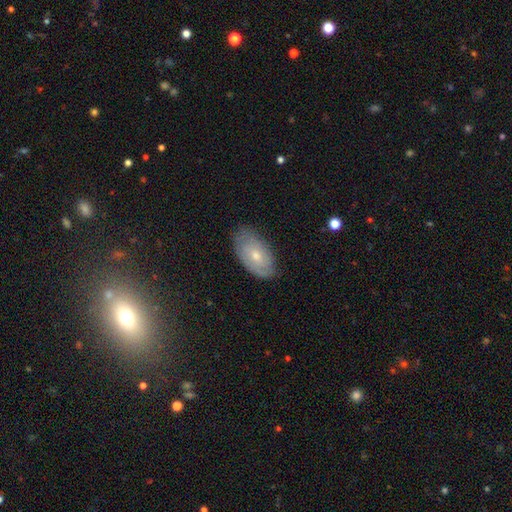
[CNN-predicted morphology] smooth-or-featured: smooth: 52% | featured or disk: 41% | star or artifact: 7%
  how-rounded: in between: 93% | round: 5% | cigar-shaped: 2%
  merging: none: 74% | minor disturbance: 21% | major disturbance: 4% | merger: 1%